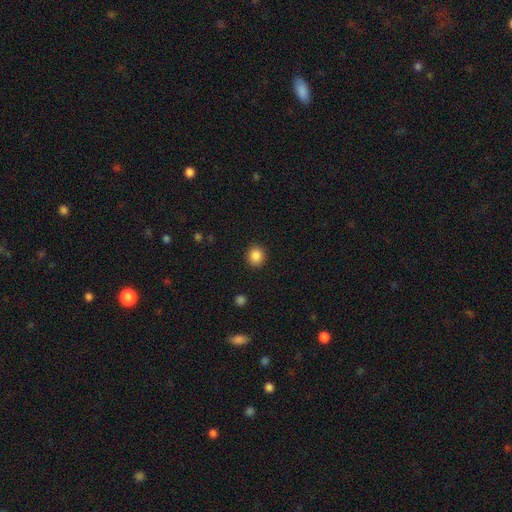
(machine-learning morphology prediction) type=smooth (86%); roundness=round (84%); merging=none (91%).